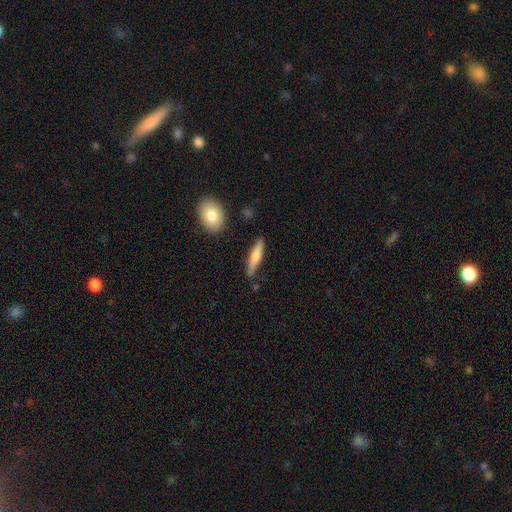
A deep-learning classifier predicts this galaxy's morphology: Q: Smooth or featured?
A: smooth (65%); runner-up: featured or disk (29%)
Q: How rounded?
A: cigar-shaped (82%); runner-up: in between (16%)
Q: Merging?
A: none (81%); runner-up: minor disturbance (13%)